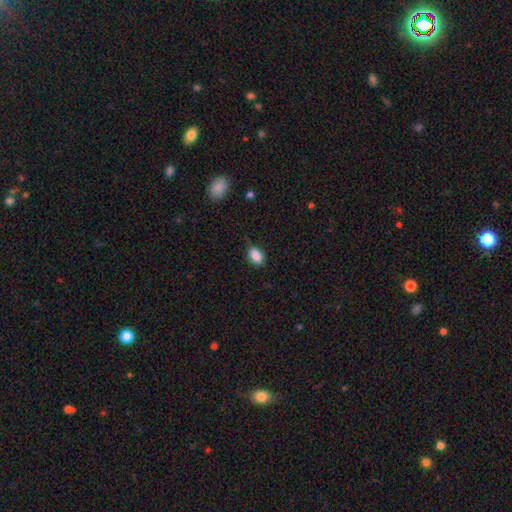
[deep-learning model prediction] A smooth galaxy with no disk features (88%) that is in between round and cigar-shaped (86%).

Vote fractions:
- Smooth or featured? smooth: 88% / star or artifact: 8% / featured or disk: 4%
- How rounded? in between: 86% / round: 12% / cigar-shaped: 2%
- Merging? none: 73% / minor disturbance: 22% / major disturbance: 4% / merger: 1%